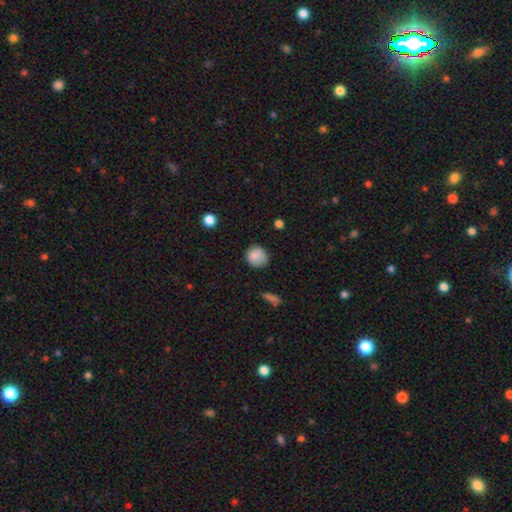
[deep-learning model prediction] The model was most divided on "merging": none: 75%, minor disturbance: 19%, major disturbance: 4%, merger: 2%. More confident: smooth or featured — smooth (85%); how rounded — round (84%).